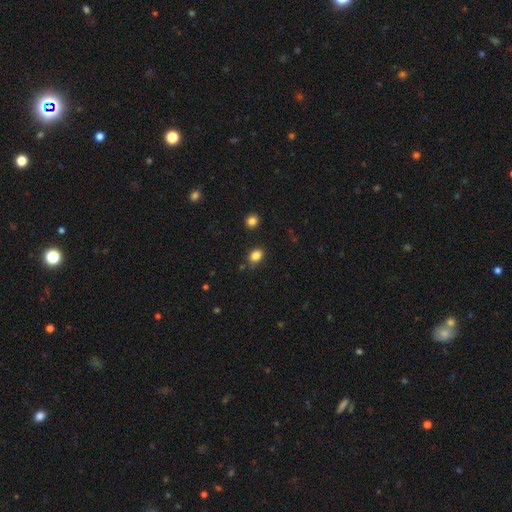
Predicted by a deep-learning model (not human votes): This appears to be a smooth galaxy with no disk features (83%) that is in between round and cigar-shaped (56%). Merging: none (81%).